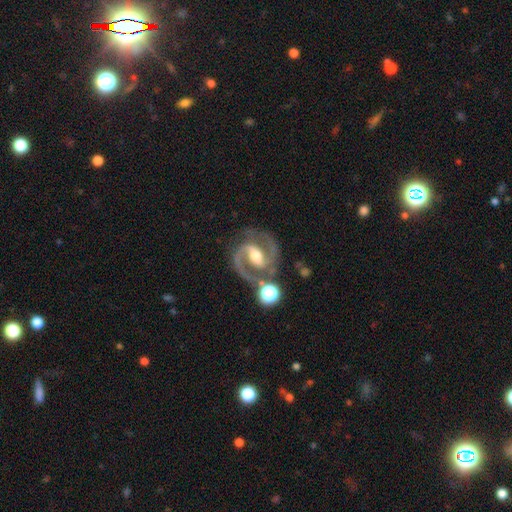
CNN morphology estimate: Overall: featured or disk (91%). Edge-on disk: no (98%). Bar: strong (47%; weak 39%). Spiral arms: yes (98%). Spiral arm count: 2 (93%). Spiral winding: medium (64%; tight 27%). Bulge size: moderate (67%). Merging: none (76%).